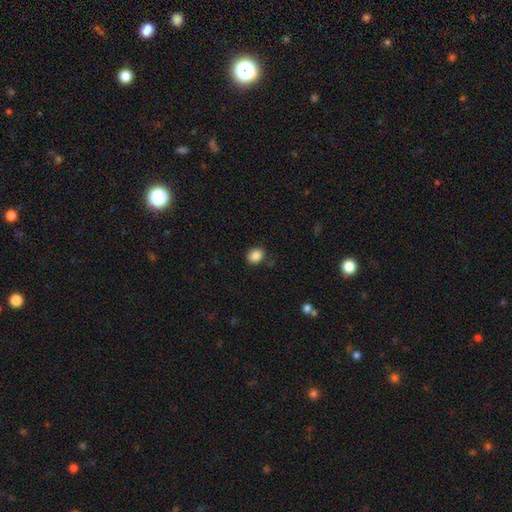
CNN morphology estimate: smooth-or-featured: smooth: 87% | star or artifact: 9% | featured or disk: 4%
  how-rounded: round: 50% | in between: 49% | cigar-shaped: 1%
  merging: none: 83% | minor disturbance: 12% | major disturbance: 3% | merger: 2%